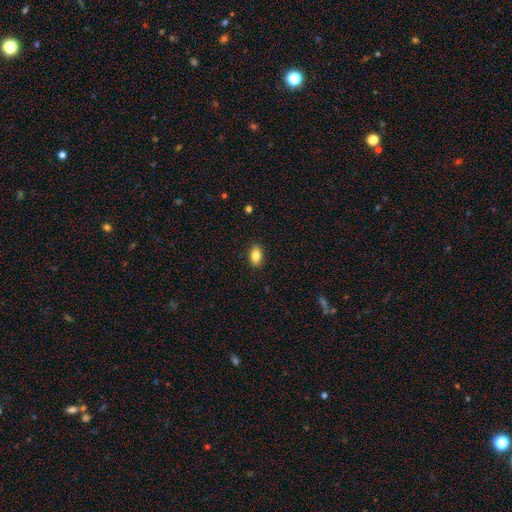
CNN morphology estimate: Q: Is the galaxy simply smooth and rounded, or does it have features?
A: smooth — 86%.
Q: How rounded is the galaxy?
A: in between — 88%.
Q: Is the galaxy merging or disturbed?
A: none — 89%.